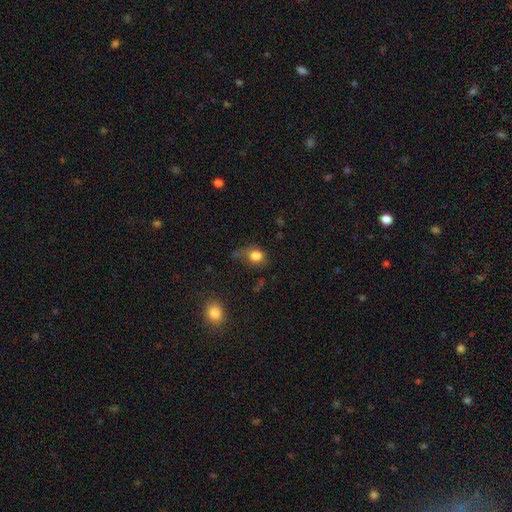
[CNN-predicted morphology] This is clearly a smooth galaxy (81%). How rounded: possibly round (57%). Merging: possibly none (54%).